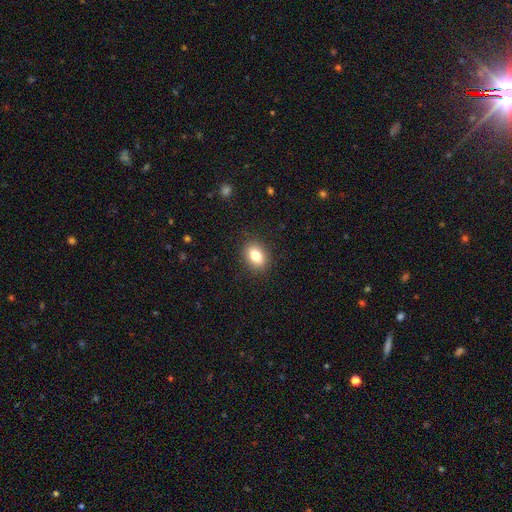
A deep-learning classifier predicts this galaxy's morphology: type=smooth (81%); roundness=in between (74%); merging=none (88%).